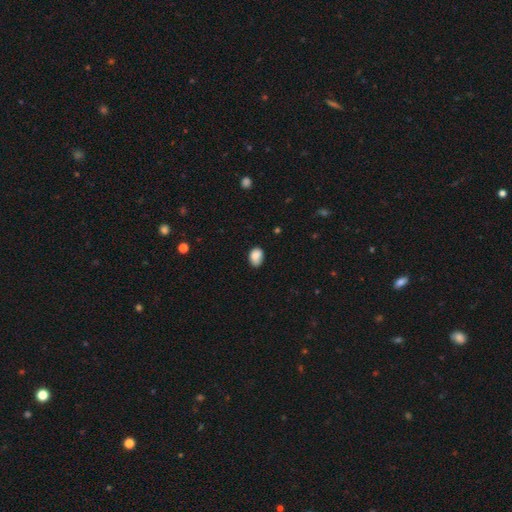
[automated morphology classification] Smooth or featured? smooth (86%)
How rounded? in between (78%)
Merging? none (71%)